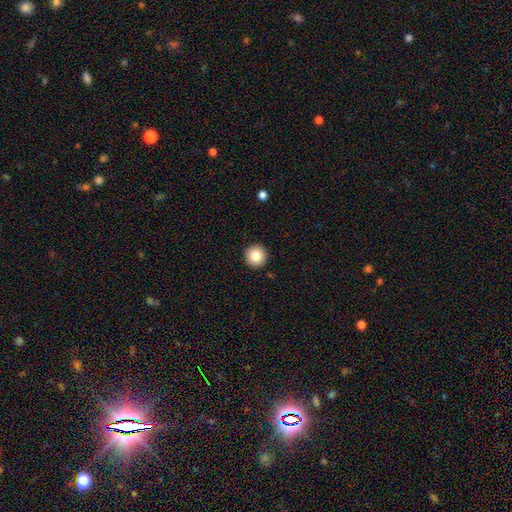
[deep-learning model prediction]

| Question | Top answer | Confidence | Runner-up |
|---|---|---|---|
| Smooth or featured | smooth | 83% | star or artifact (9%) |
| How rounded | round | 96% | in between (3%) |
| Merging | none | 93% | minor disturbance (5%) |